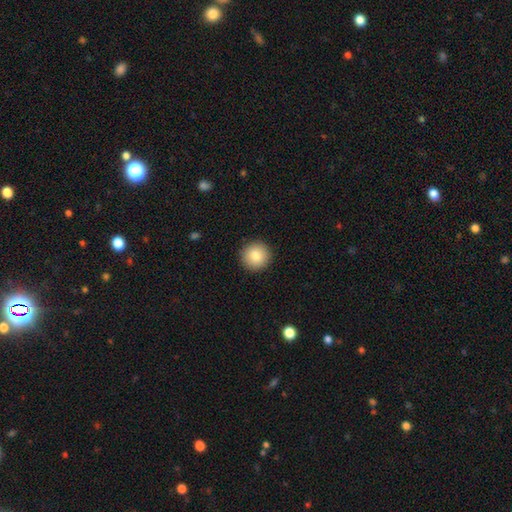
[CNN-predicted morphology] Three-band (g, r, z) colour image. It shows a smooth galaxy with no disk features (83%) that is round (95%). Merging: none (92%).